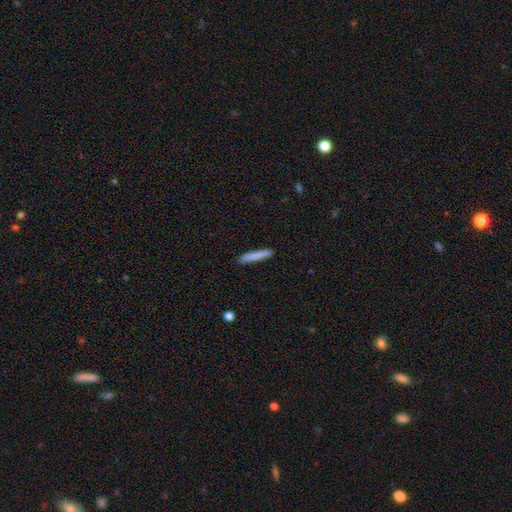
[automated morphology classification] Smooth or featured? Predicted: smooth (p=0.82). How rounded? Predicted: cigar-shaped (p=0.94). Merging? Predicted: none (p=0.88).